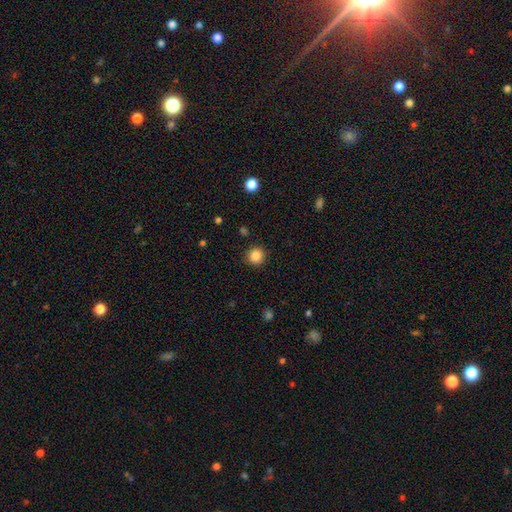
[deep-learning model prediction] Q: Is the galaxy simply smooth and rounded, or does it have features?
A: smooth — 86%.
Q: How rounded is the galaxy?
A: round — 93%.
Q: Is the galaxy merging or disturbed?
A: none — 90%.